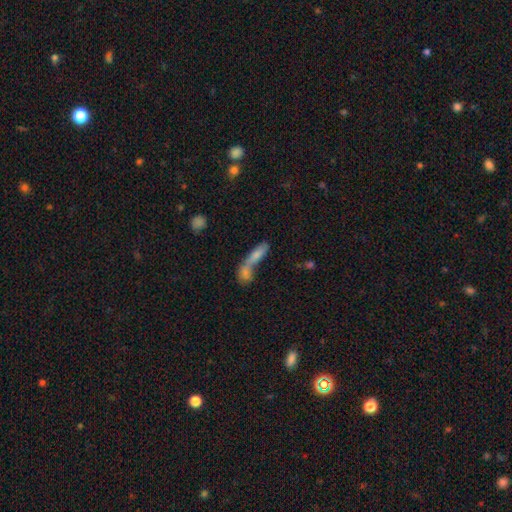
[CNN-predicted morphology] Smooth or featured? Predicted: smooth (p=0.71). How rounded? Predicted: cigar-shaped (p=0.52). Merging? Predicted: merger (p=0.67).